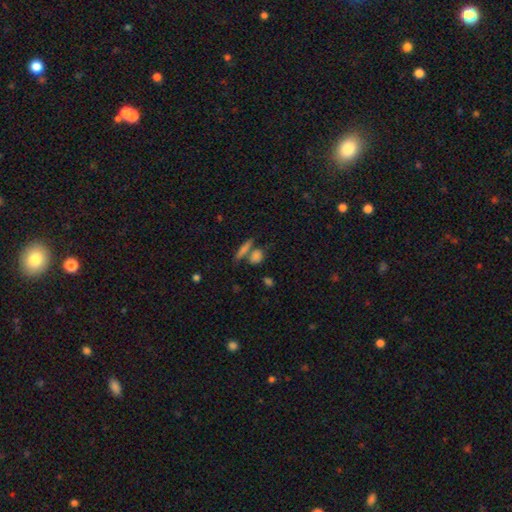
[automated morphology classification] Smooth or featured? Predicted: smooth (p=0.79). How rounded? Predicted: in between (p=0.48). Merging? Predicted: none (p=0.55).